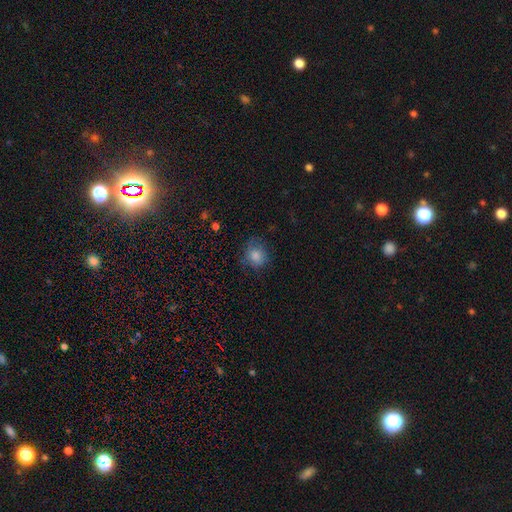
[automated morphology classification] Overall: smooth (82%). How rounded: round (74%). Merging: none (69%).